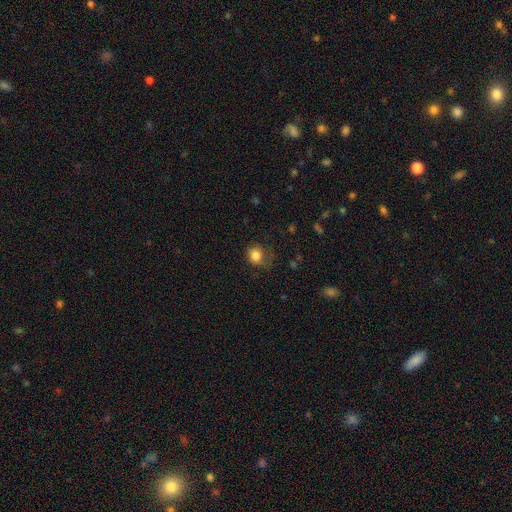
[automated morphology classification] Smooth or featured? smooth (83%)
How rounded? round (72%)
Merging? none (59%)